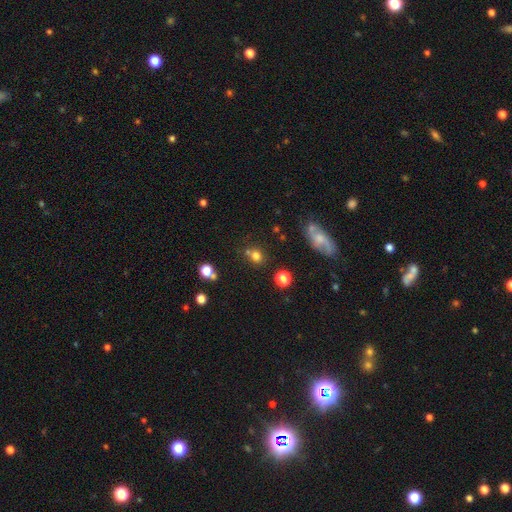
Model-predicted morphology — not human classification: Smooth or featured?
  - smooth: 73% *
  - star or artifact: 17%
  - featured or disk: 10%
How rounded?
  - round: 77% *
  - in between: 22%
  - cigar-shaped: 1%
Merging?
  - none: 64% *
  - merger: 20%
  - minor disturbance: 12%
  - major disturbance: 4%